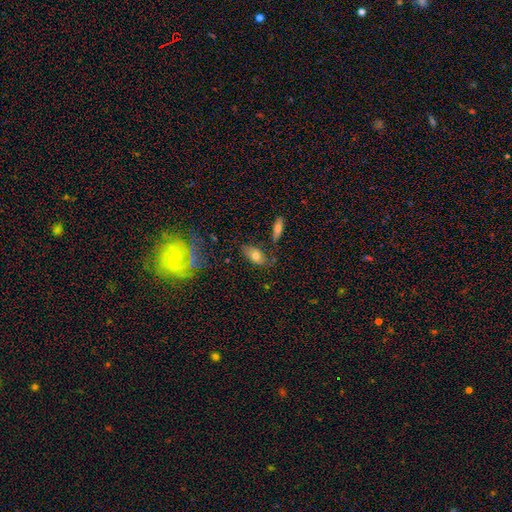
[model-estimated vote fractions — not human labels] smooth_or_featured: smooth (p=0.72) [alt: featured or disk p=0.19]
how_rounded: in between (p=0.89) [alt: round p=0.06]
merging: none (p=0.68) [alt: minor disturbance p=0.20]